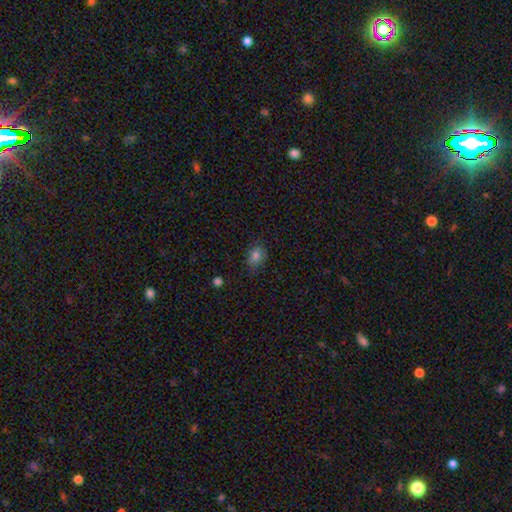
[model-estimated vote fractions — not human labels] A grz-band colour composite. It shows a smooth galaxy with no disk features (80%) that is in between round and cigar-shaped (66%). Merging: none (75%).